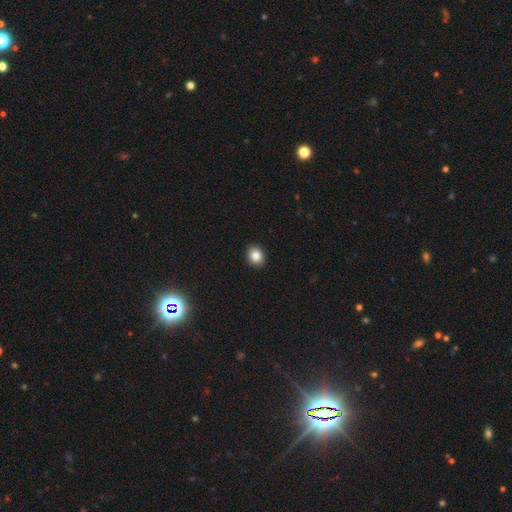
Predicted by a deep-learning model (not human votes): This appears to be a smooth galaxy with no disk features (85%) that is round (65%). Merging: none (92%).